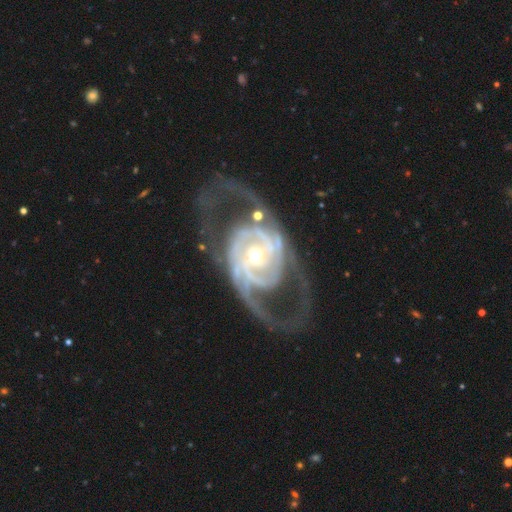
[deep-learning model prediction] featured or disk 91%, star or artifact 4%, smooth 4%. Down the decision tree: edge-on disk — no (96%); bar — no (49%); spiral arms — yes (95%); spiral arm count — 2 (69%); spiral winding — medium (47%); bulge size — moderate (58%); merging — none (63%).